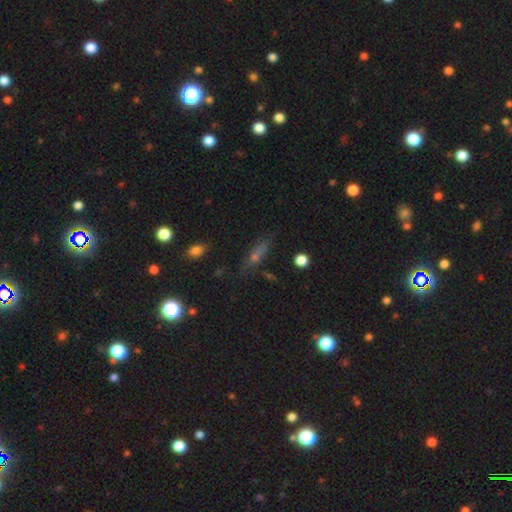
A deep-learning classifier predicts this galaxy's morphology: type=smooth (47%); merging=none (72%).